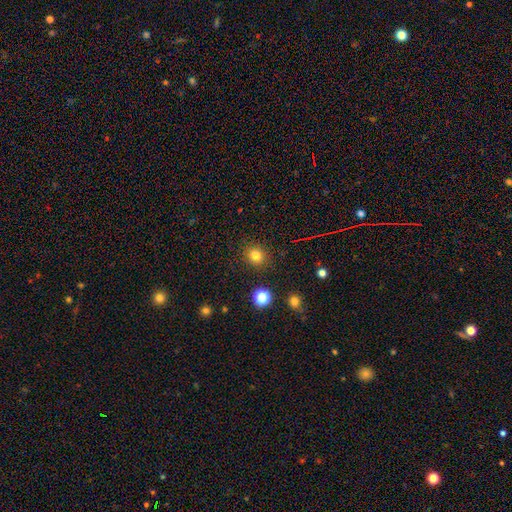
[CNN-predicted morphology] type=smooth (80%); roundness=round (82%); merging=none (88%).